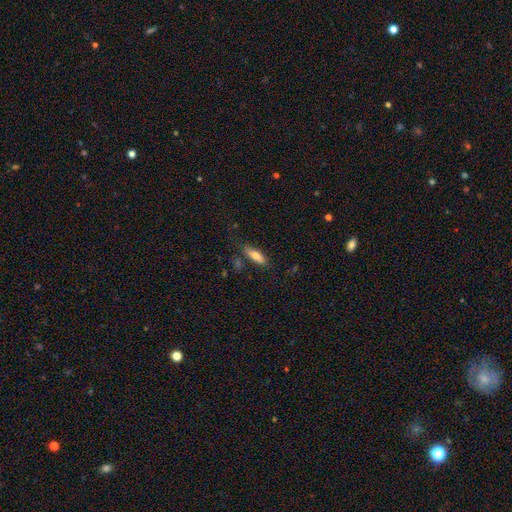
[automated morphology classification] Q: Smooth or featured?
A: smooth (73%); runner-up: featured or disk (20%)
Q: How rounded?
A: cigar-shaped (49%); tied with: in between (49%)
Q: Merging?
A: none (78%); runner-up: minor disturbance (15%)